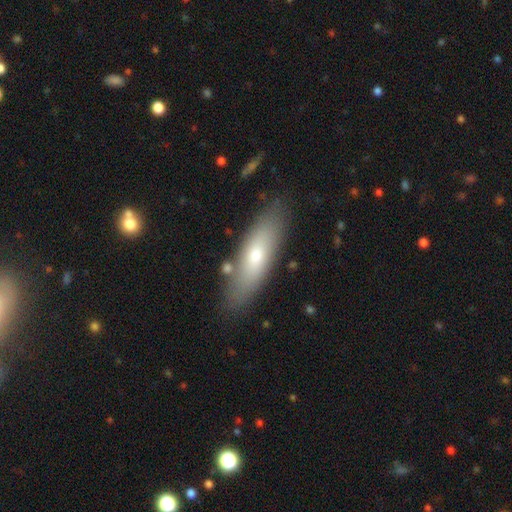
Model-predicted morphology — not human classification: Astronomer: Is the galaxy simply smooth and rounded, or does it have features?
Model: smooth — 64%.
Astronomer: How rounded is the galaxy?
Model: in between — 50% (runner-up: cigar-shaped, 48%).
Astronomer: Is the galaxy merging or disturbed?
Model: none — 82%.